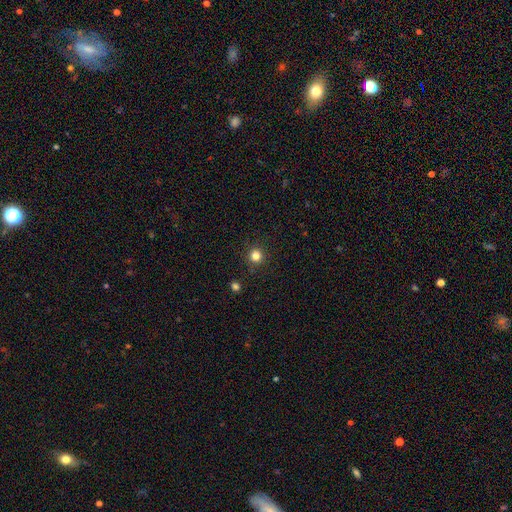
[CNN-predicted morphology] A smooth galaxy with no disk features (82%) that is round (95%). Merging: none (91%).